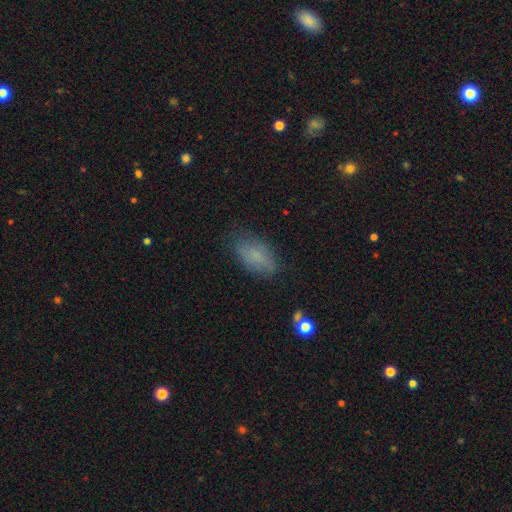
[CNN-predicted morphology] smooth-or-featured: smooth: 77% | featured or disk: 13% | star or artifact: 10%
  how-rounded: in between: 91% | cigar-shaped: 5% | round: 4%
  merging: none: 75% | minor disturbance: 18% | major disturbance: 5% | merger: 1%